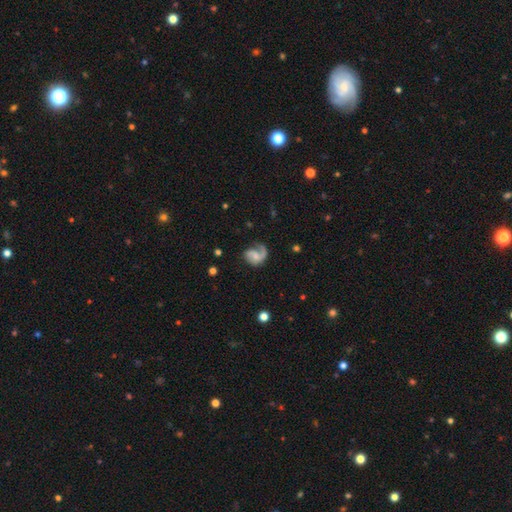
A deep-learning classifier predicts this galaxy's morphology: smooth-or-featured: featured or disk: 73% | smooth: 20% | star or artifact: 7%
  disk-edge-on: no: 98% | yes: 2%
    bar: no: 61% | weak: 32% | strong: 6%
    has-spiral-arms: yes: 92% | no: 8%
      spiral-winding: medium: 41% | loose: 38% | tight: 21%
      spiral-arm-count: 1: 62% | 2: 30% | can't tell: 5% | 3: 1% | 4: 1% | more than 4: 1%
    bulge-size: small: 52% | moderate: 23% | none: 21% | large: 3% | dominant: 1%
  merging: none: 49% | major disturbance: 27% | minor disturbance: 21% | merger: 3%